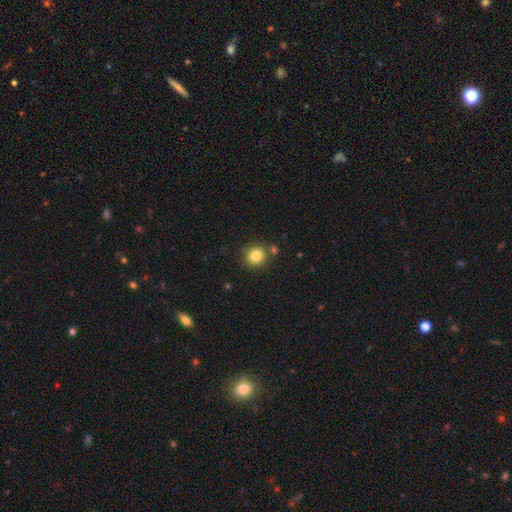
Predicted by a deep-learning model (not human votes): Q: Smooth or featured?
A: smooth (82%); runner-up: star or artifact (12%)
Q: How rounded?
A: round (92%); runner-up: in between (7%)
Q: Merging?
A: none (83%); runner-up: minor disturbance (8%)